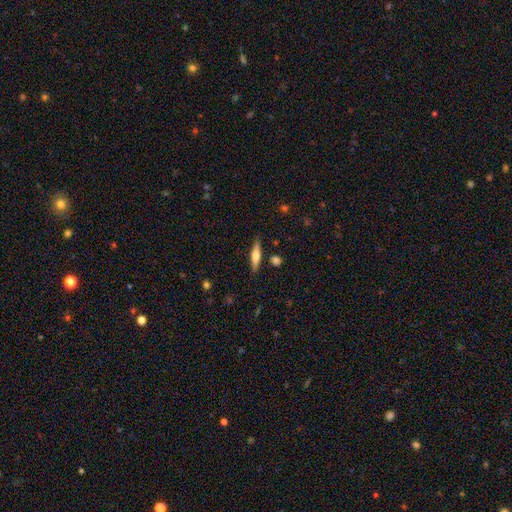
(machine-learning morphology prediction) Smooth or featured? Predicted: smooth (p=0.53). How rounded? Predicted: cigar-shaped (p=0.77). Merging? Predicted: none (p=0.85).